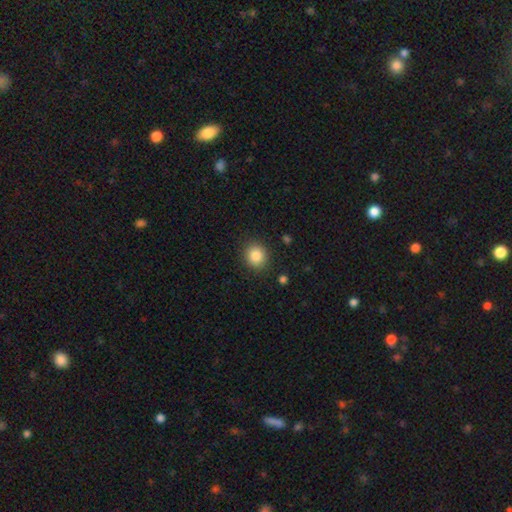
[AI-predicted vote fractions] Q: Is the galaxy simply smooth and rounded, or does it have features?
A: smooth — 85%.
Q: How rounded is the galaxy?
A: round — 84%.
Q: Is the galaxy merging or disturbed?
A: none — 88%.